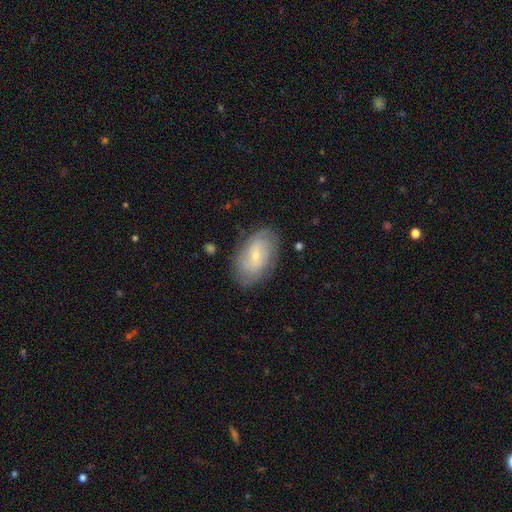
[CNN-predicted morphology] type=featured or disk (63%); edge-on=no (95%); bar=no (52%); spiral arms=yes (82%); bulge=small (71%); merging=none (78%).